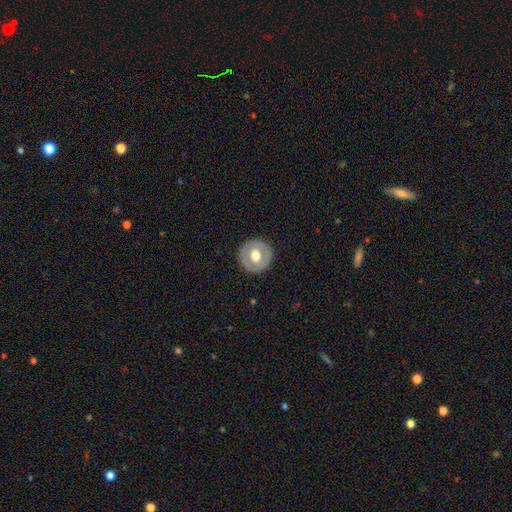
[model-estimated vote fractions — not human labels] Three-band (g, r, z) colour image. It shows a smooth galaxy with no disk features (50%) that is round (93%). Merging: none (89%).